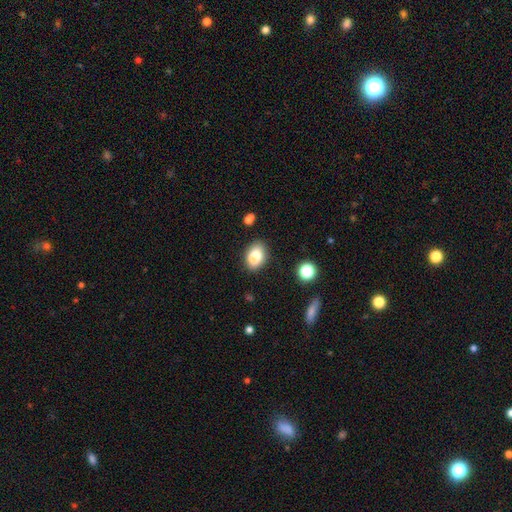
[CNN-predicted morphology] Smooth or featured? smooth (82%)
How rounded? in between (79%)
Merging? none (84%)